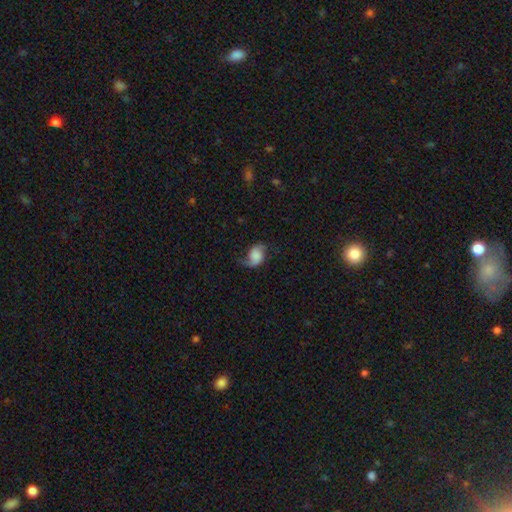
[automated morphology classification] smooth-or-featured: featured or disk: 59% | smooth: 31% | star or artifact: 9%
  disk-edge-on: no: 97% | yes: 3%
    bar: no: 65% | weak: 27% | strong: 7%
    has-spiral-arms: yes: 93% | no: 7%
      spiral-winding: loose: 69% | medium: 24% | tight: 8%
      spiral-arm-count: 2: 86% | 1: 8% | can't tell: 3% | 3: 1% | 4: 1% | more than 4: 1%
    bulge-size: none: 34% | large: 25% | dominant: 15% | moderate: 13% | small: 13%
  merging: none: 62% | minor disturbance: 23% | major disturbance: 13% | merger: 2%